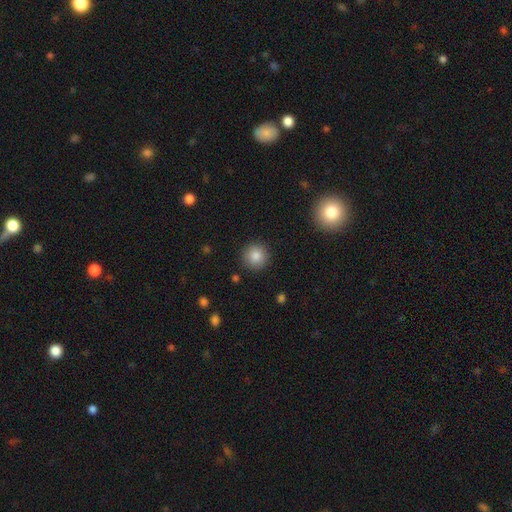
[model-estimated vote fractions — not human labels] Smooth or featured? Predicted: smooth (p=0.85). How rounded? Predicted: round (p=0.95). Merging? Predicted: none (p=0.90).